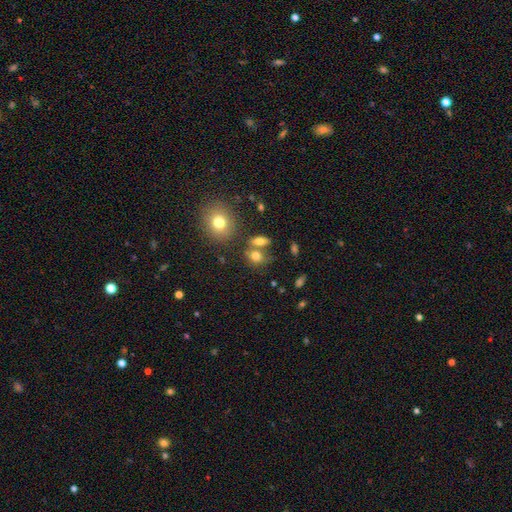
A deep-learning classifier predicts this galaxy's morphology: Smooth or featured: smooth — 74% (star or artifact — 13%)
How rounded: in between — 57% (round — 39%)
Merging: none — 51% (merger — 31%)